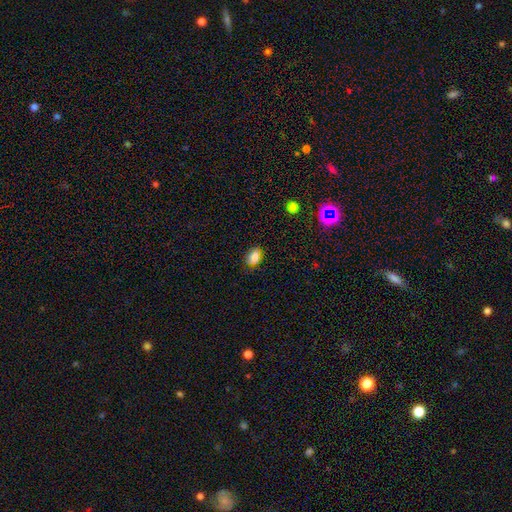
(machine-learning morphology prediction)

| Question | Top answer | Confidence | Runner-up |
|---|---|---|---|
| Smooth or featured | smooth | 77% | star or artifact (15%) |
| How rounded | in between | 76% | round (21%) |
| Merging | none | 79% | minor disturbance (16%) |